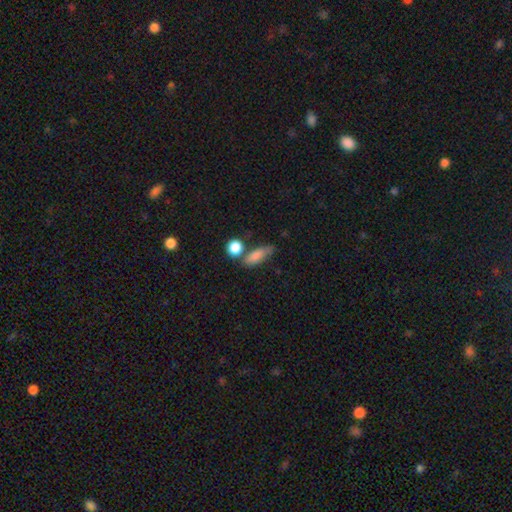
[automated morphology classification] smooth_or_featured: smooth (p=0.81) [alt: featured or disk p=0.11]
how_rounded: in between (p=0.62) [alt: cigar-shaped p=0.28]
merging: none (p=0.51) [alt: minor disturbance p=0.21]